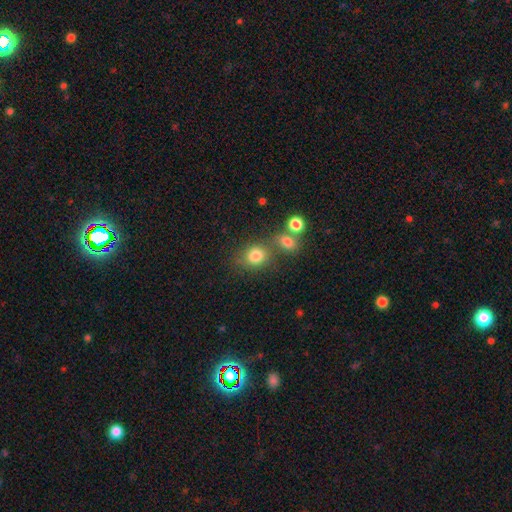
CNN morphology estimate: smooth_or_featured: smooth (p=0.80) [alt: star or artifact p=0.13]
how_rounded: round (p=0.68) [alt: in between p=0.30]
merging: none (p=0.59) [alt: merger p=0.22]